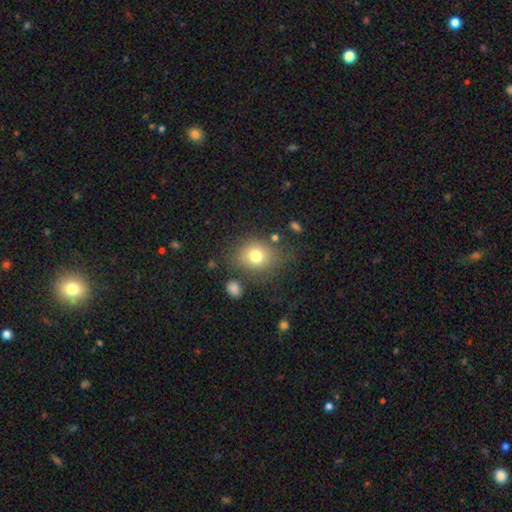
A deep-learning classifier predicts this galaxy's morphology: type=smooth (75%); roundness=round (54%); merging=none (68%).